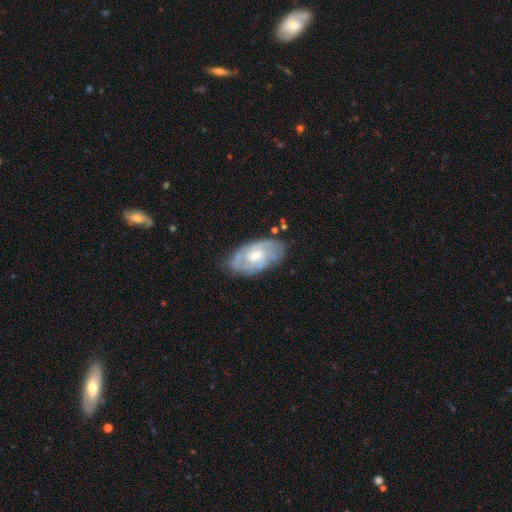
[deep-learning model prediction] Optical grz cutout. It shows a featured or disk galaxy (76%) with a weak bar (49%), 2 (47%) tight (53%) spiral arms (89%) and a moderate central bulge (54%). Merging: none (73%).